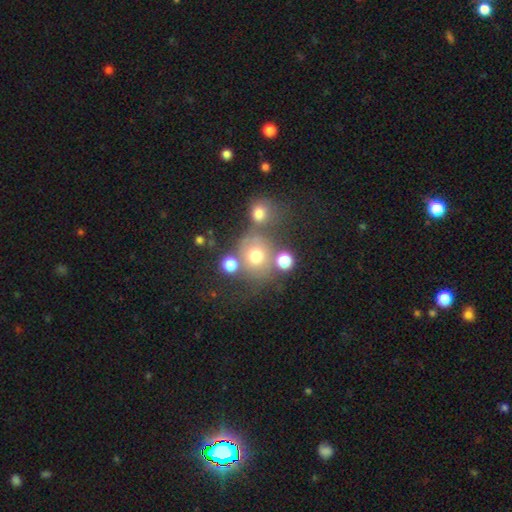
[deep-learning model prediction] smooth 68%, star or artifact 18%, featured or disk 14%. Down the decision tree: how rounded — round (85%); merging — none (56%).